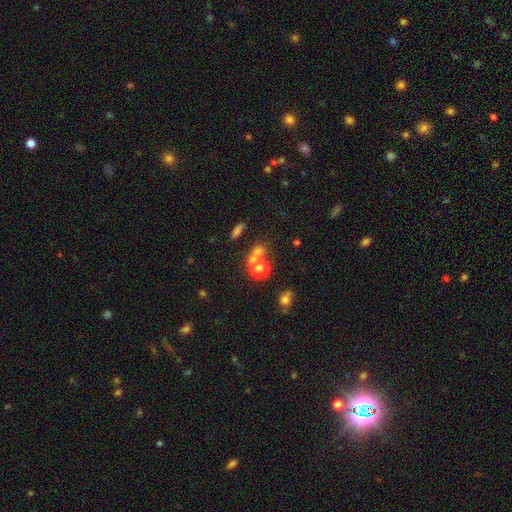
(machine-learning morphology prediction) Overall: smooth (62%; star or artifact 26%). How rounded: round (75%). Merging: none (47%; merger 37%).